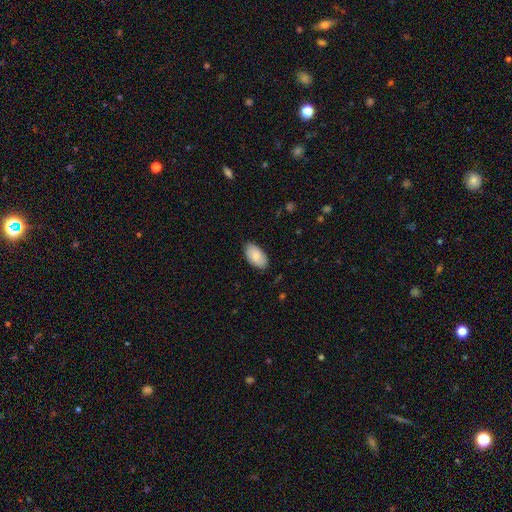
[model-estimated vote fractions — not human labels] smooth-or-featured: smooth: 80% | featured or disk: 14% | star or artifact: 6%
  how-rounded: in between: 95% | round: 3% | cigar-shaped: 2%
  merging: none: 83% | minor disturbance: 13% | major disturbance: 2% | merger: 1%